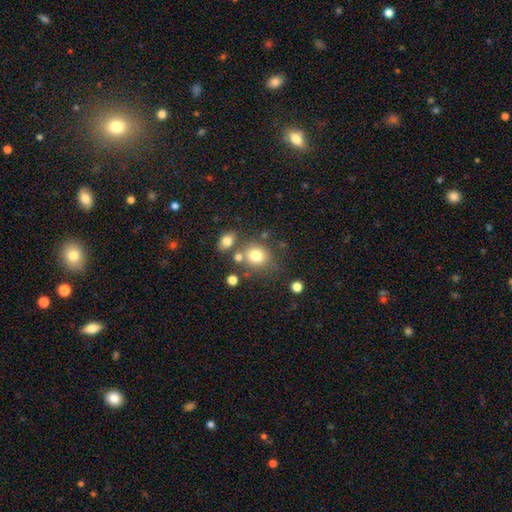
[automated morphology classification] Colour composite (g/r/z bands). It shows a smooth galaxy with no disk features (77%) that is round (76%). Merging: none (64%).